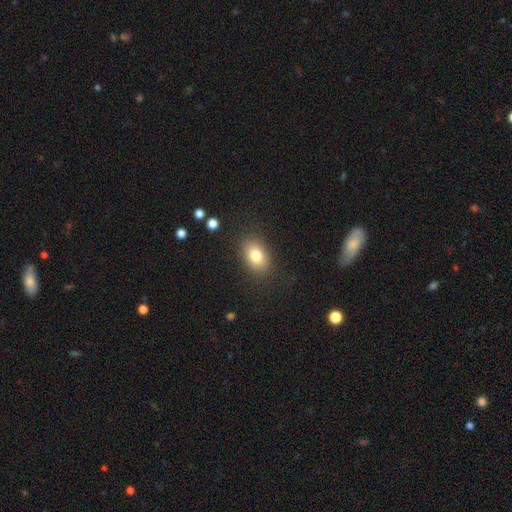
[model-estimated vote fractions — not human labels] Q: Smooth or featured?
A: smooth (80%); runner-up: featured or disk (10%)
Q: How rounded?
A: in between (80%); runner-up: round (19%)
Q: Merging?
A: none (86%); runner-up: minor disturbance (9%)